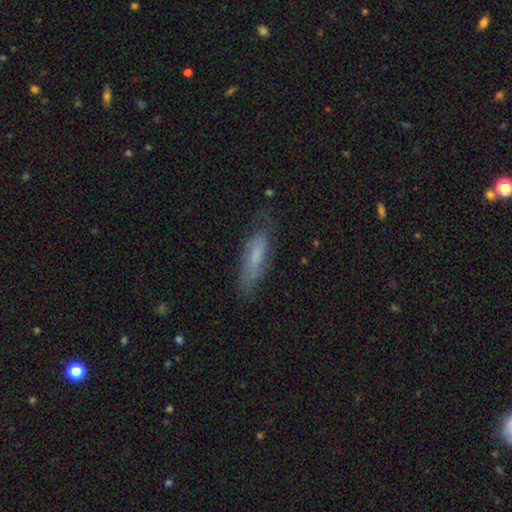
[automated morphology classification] A smooth galaxy with no disk features (60%) that is cigar-shaped (60%).

Vote fractions:
- Smooth or featured? smooth: 60% / featured or disk: 32% / star or artifact: 8%
- How rounded? cigar-shaped: 60% / in between: 38% / round: 2%
- Merging? none: 71% / minor disturbance: 21% / major disturbance: 6% / merger: 1%